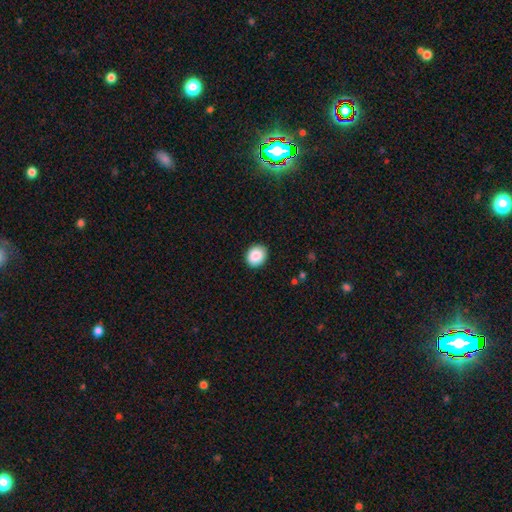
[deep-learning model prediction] smooth 88%, star or artifact 8%, featured or disk 4%. Down the decision tree: how rounded — round (61%); merging — none (90%).